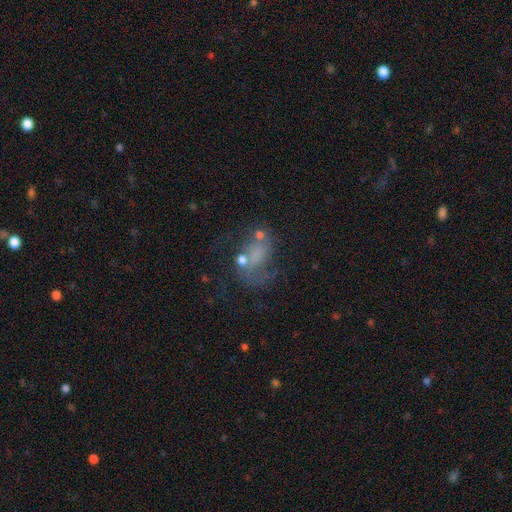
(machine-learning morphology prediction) Overall: featured or disk (55%; smooth 27%). Edge-on disk: no (97%). Bar: no (68%). Spiral arms: yes (64%; no 36%). Bulge size: none (36%; small 30%). Merging: none (37%; major disturbance 31%).